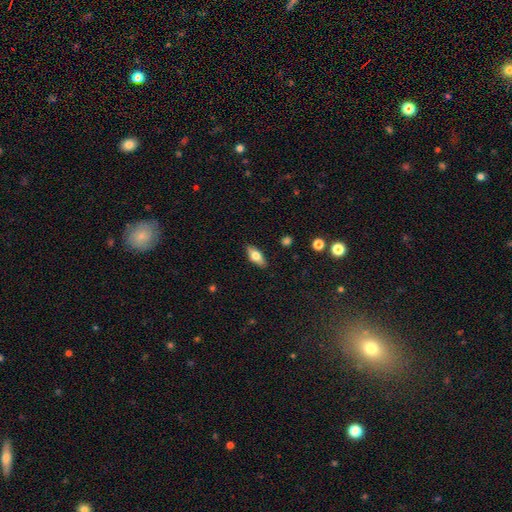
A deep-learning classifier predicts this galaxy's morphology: Smooth or featured: smooth — 69% (featured or disk — 24%)
How rounded: in between — 81% (cigar-shaped — 16%)
Merging: none — 87% (minor disturbance — 10%)